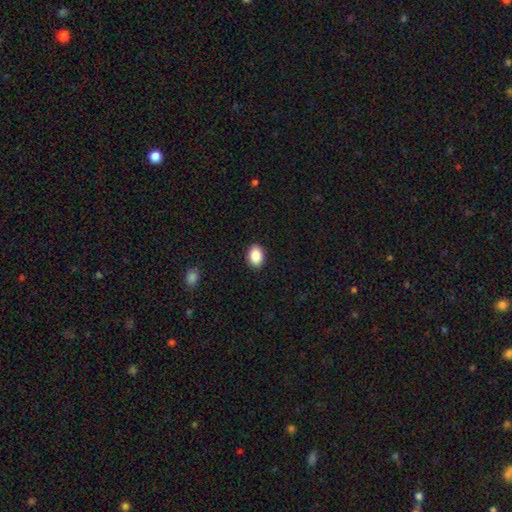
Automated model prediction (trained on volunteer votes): Morphology: type=smooth (88%); roundness=in between (79%); merging=none (90%).